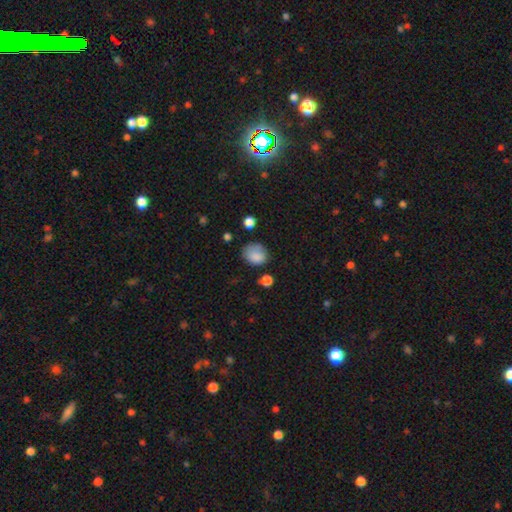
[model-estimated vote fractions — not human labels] smooth_or_featured: smooth (p=0.83) [alt: star or artifact p=0.09]
how_rounded: round (p=0.52) [alt: in between p=0.47]
merging: none (p=0.58) [alt: minor disturbance p=0.28]